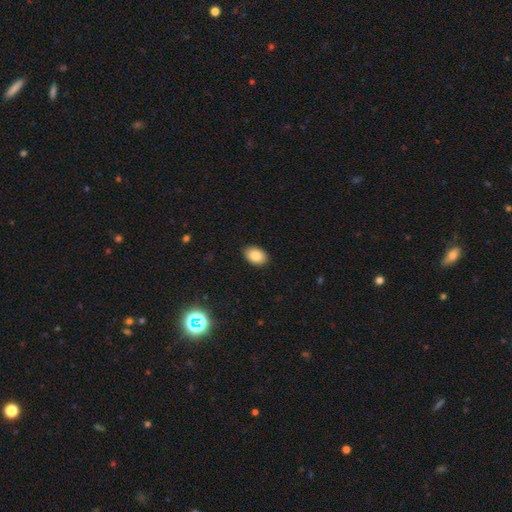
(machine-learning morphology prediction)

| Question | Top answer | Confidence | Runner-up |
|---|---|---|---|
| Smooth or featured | smooth | 87% | star or artifact (8%) |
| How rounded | in between | 86% | round (13%) |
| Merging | none | 90% | minor disturbance (7%) |